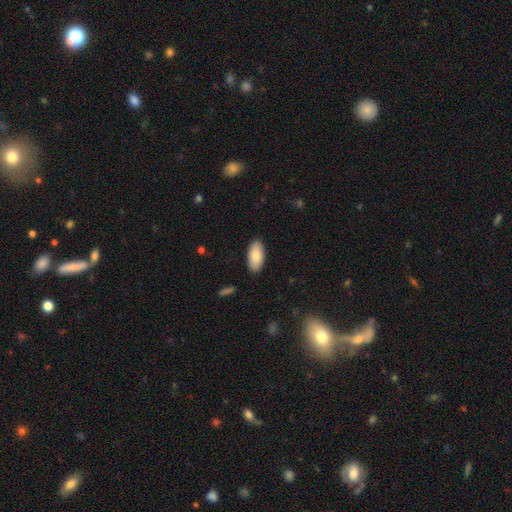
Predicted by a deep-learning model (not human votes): smooth 83%, featured or disk 11%, star or artifact 6%. Down the decision tree: how rounded — in between (93%); merging — none (88%).